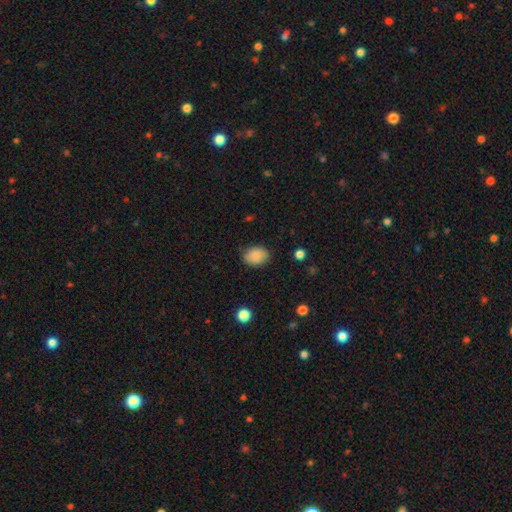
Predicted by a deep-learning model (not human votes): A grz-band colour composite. It shows a smooth galaxy with no disk features (86%) that is in between round and cigar-shaped (71%). Merging: none (81%).